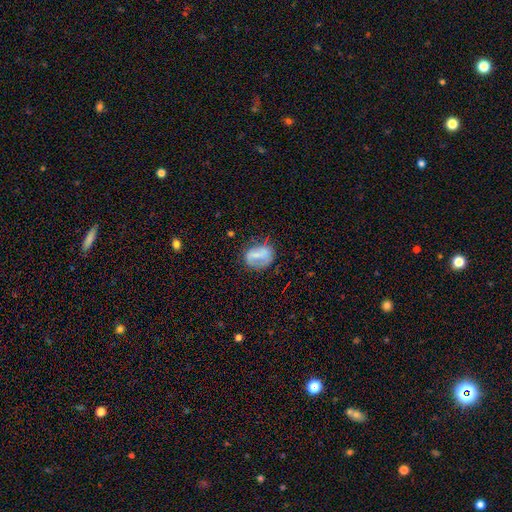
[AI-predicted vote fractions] smooth_or_featured: smooth (p=0.57) [alt: featured or disk p=0.34]
how_rounded: in between (p=0.56) [alt: round p=0.42]
merging: none (p=0.56) [alt: minor disturbance p=0.27]